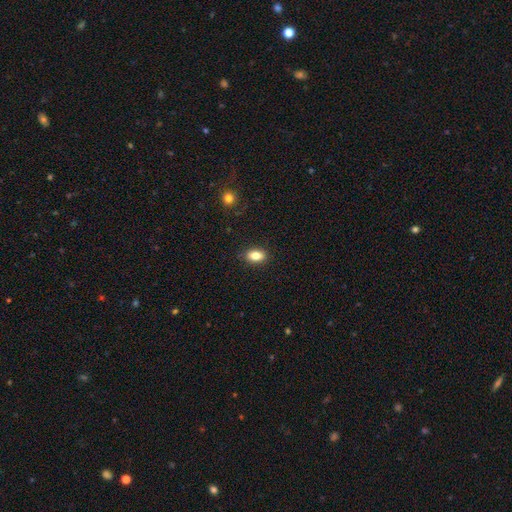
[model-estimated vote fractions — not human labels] This is clearly a smooth galaxy (83%). How rounded: clearly in between (86%). Merging: clearly none (88%).